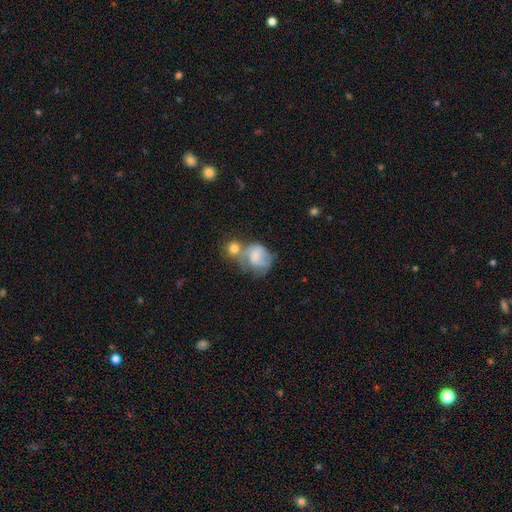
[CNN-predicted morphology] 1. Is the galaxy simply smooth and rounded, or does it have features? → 60% smooth, 31% featured or disk, 9% star or artifact.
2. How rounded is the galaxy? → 54% round, 45% in between, 1% cigar-shaped.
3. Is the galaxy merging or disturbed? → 39% merger, 23% none, 20% major disturbance, 18% minor disturbance.